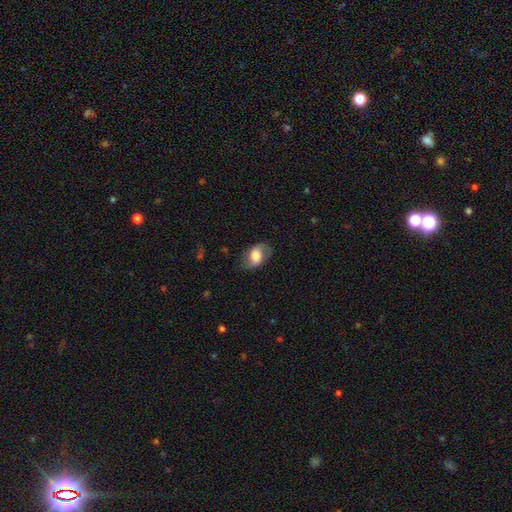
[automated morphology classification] This appears to be a featured or disk galaxy (47%). Merging: none (70%).